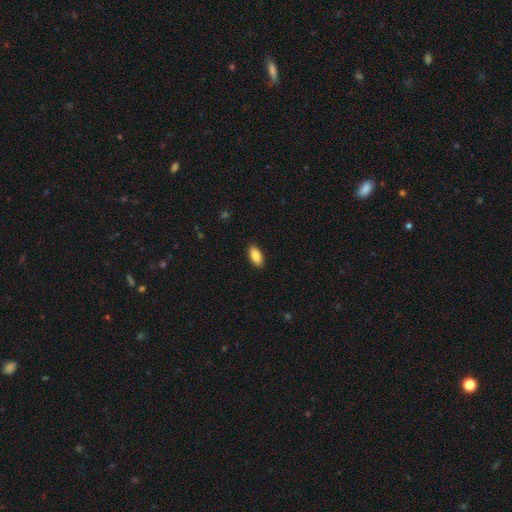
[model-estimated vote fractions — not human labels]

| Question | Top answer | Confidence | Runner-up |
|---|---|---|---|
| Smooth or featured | smooth | 88% | star or artifact (7%) |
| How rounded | in between | 91% | cigar-shaped (6%) |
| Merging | none | 89% | minor disturbance (8%) |